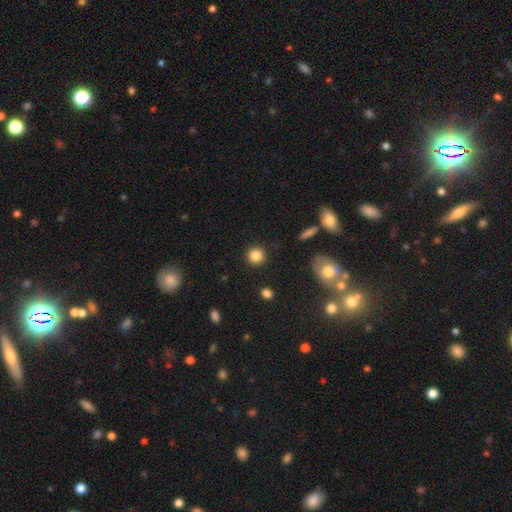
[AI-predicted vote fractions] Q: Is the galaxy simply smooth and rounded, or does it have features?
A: smooth — 85%.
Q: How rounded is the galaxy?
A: round — 92%.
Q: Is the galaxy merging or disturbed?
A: none — 91%.